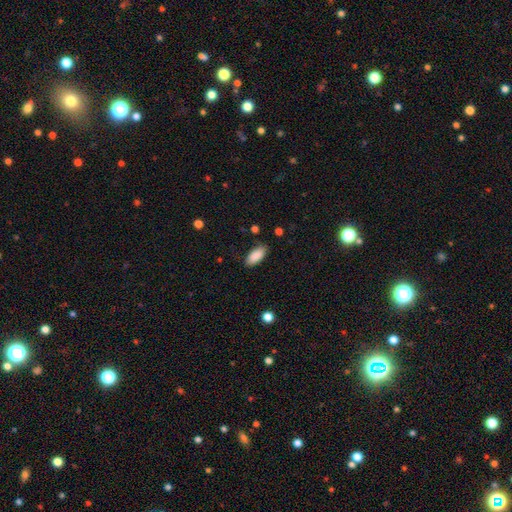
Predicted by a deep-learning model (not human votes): This is clearly a smooth galaxy (89%). How rounded: clearly in between (87%). Merging: clearly none (85%).